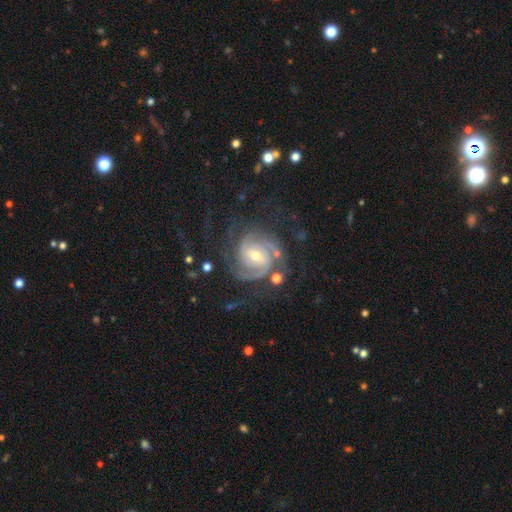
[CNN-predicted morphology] A featured or disk galaxy (91%) with a weak bar (46%), 2 (35%) tight (59%) spiral arms (98%) and a moderate central bulge (48%, tied with small). Merging: none (66%).